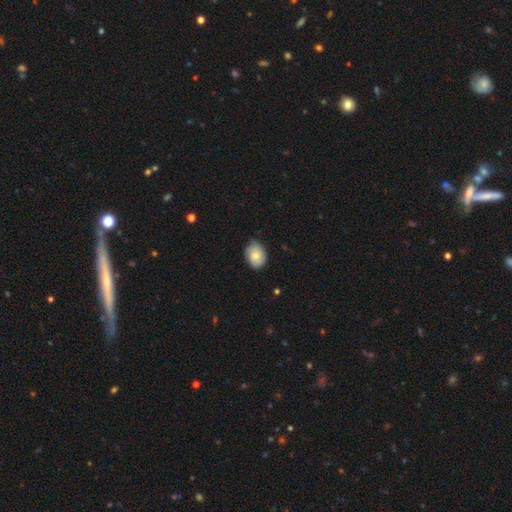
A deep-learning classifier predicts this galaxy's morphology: type=smooth (72%); roundness=in between (69%); merging=none (75%).